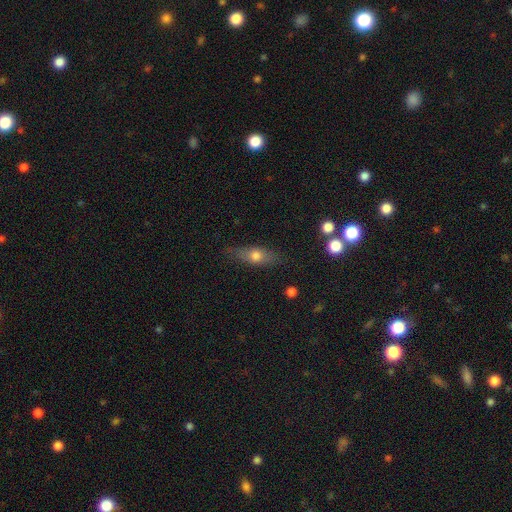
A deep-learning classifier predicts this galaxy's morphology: This appears to be a smooth galaxy with no disk features (58%) that is in between round and cigar-shaped (53%). Merging: none (80%).